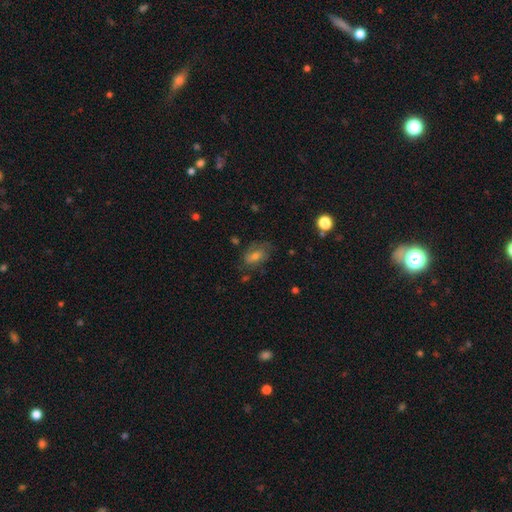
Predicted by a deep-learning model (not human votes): This appears to be a smooth galaxy with no disk features (54%) that is in between round and cigar-shaped (84%). Merging: none (61%).